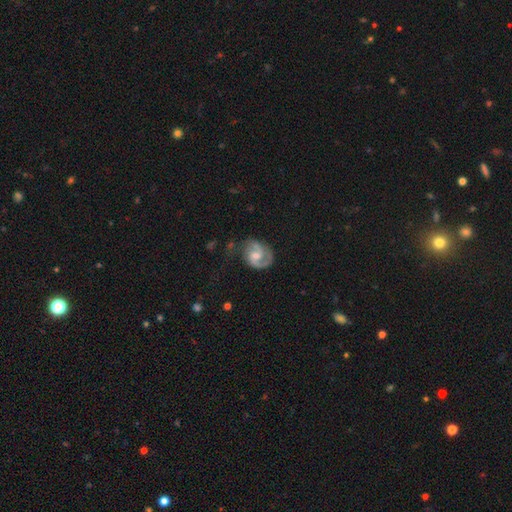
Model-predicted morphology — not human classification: smooth_or_featured: featured or disk (p=0.86) [alt: smooth p=0.10]
disk_edge_on: no (p=0.98) [alt: yes p=0.02]
bar: no (p=0.48) [alt: weak p=0.43]
has_spiral_arms: yes (p=0.96) [alt: no p=0.04]
spiral_winding: medium (p=0.51) [alt: tight p=0.31]
spiral_arm_count: 2 (p=0.85) [alt: 1 p=0.07]
bulge_size: moderate (p=0.57) [alt: small p=0.37]
merging: none (p=0.66) [alt: minor disturbance p=0.22]